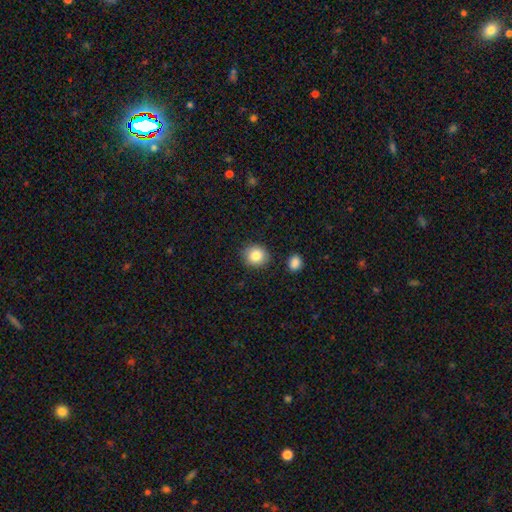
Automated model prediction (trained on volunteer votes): Smooth or featured?
  - smooth: 86% *
  - star or artifact: 9%
  - featured or disk: 6%
How rounded?
  - round: 82% *
  - in between: 17%
  - cigar-shaped: 1%
Merging?
  - none: 88% *
  - minor disturbance: 8%
  - merger: 2%
  - major disturbance: 2%